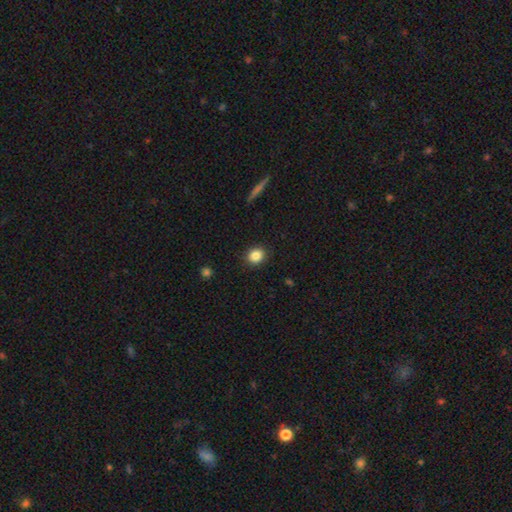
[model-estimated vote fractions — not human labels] smooth 85%, star or artifact 10%, featured or disk 5%. Down the decision tree: how rounded — round (75%); merging — none (90%).